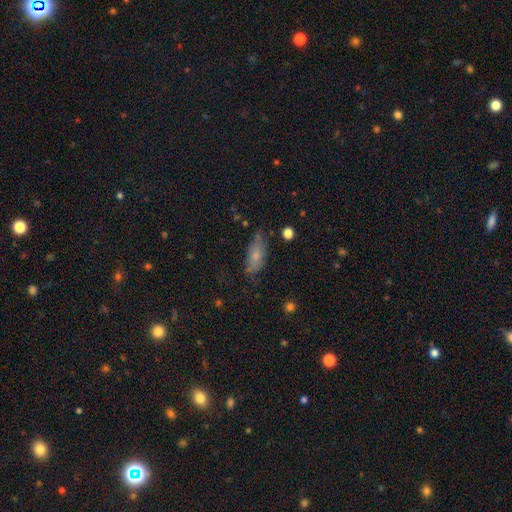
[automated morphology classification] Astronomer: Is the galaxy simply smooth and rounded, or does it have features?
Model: smooth — 71%.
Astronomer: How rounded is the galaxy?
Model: in between — 76%.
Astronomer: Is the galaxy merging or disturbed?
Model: none — 62%.